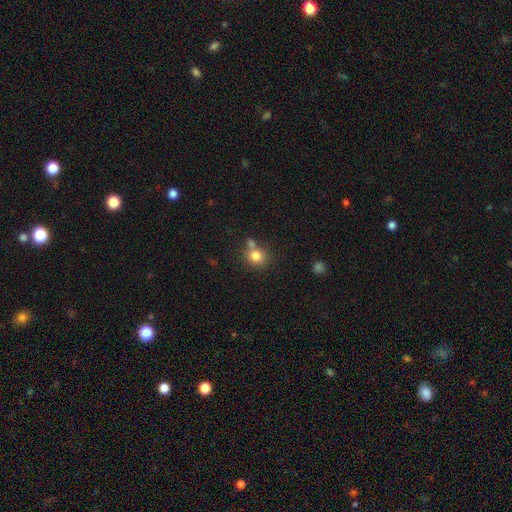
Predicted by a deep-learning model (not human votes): Smooth or featured? Predicted: smooth (p=0.80). How rounded? Predicted: round (p=0.84). Merging? Predicted: none (p=0.57).